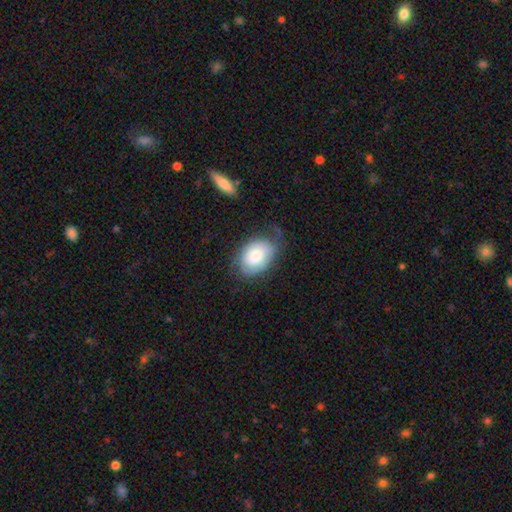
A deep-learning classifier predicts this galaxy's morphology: Smooth or featured? smooth (65%)
How rounded? in between (82%)
Merging? none (50%)